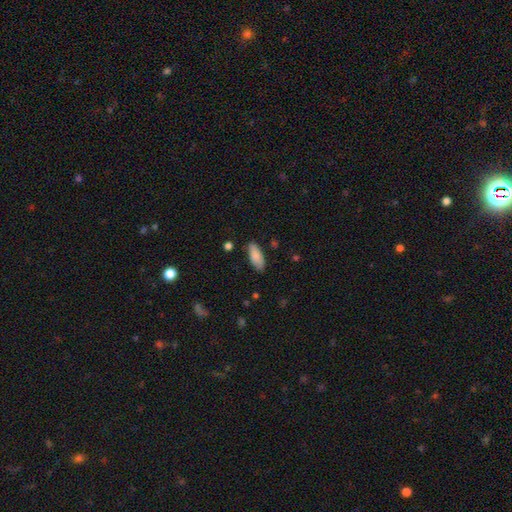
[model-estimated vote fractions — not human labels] A smooth galaxy with no disk features (86%) that is in between round and cigar-shaped (83%).

Vote fractions:
- Smooth or featured? smooth: 86% / featured or disk: 7% / star or artifact: 6%
- How rounded? in between: 83% / cigar-shaped: 15% / round: 2%
- Merging? none: 84% / minor disturbance: 12% / major disturbance: 2% / merger: 2%